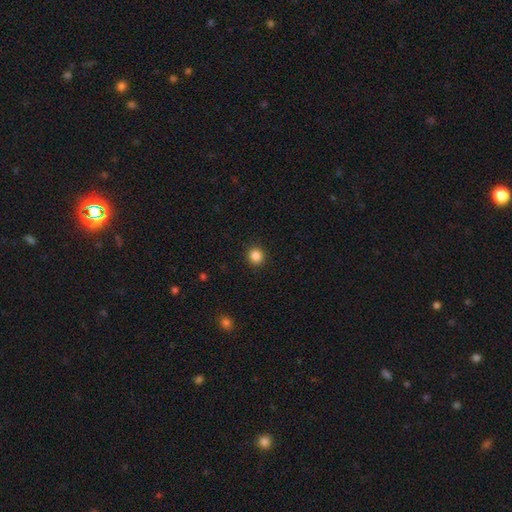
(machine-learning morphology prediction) Smooth or featured?
  - smooth: 86% *
  - star or artifact: 11%
  - featured or disk: 3%
How rounded?
  - round: 89% *
  - in between: 10%
  - cigar-shaped: 1%
Merging?
  - none: 92% *
  - minor disturbance: 5%
  - major disturbance: 2%
  - merger: 1%